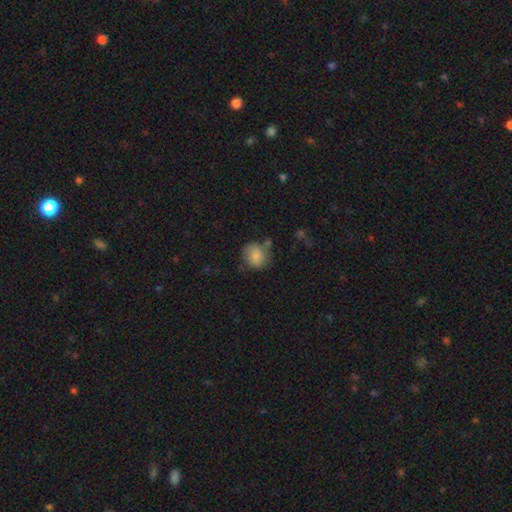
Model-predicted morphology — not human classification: Smooth or featured? smooth (83%)
How rounded? round (79%)
Merging? none (64%)